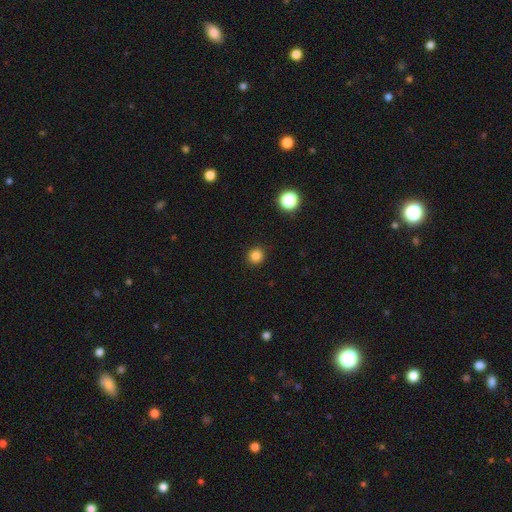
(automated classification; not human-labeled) The model was most divided on "smooth or featured": smooth: 84%, star or artifact: 13%, featured or disk: 3%. More confident: merging — none (92%); how rounded — round (90%).